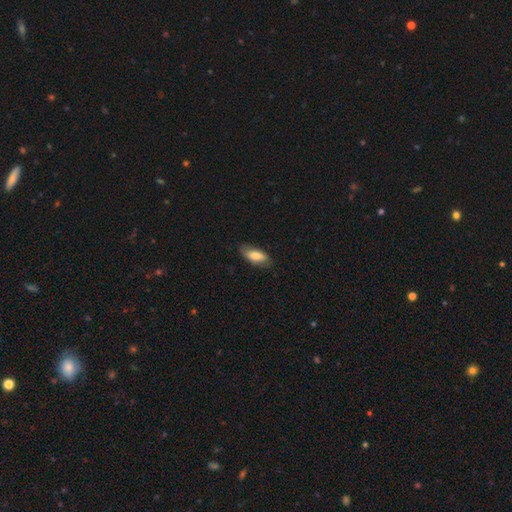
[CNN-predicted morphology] Smooth or featured? smooth (78%)
How rounded? in between (82%)
Merging? none (79%)